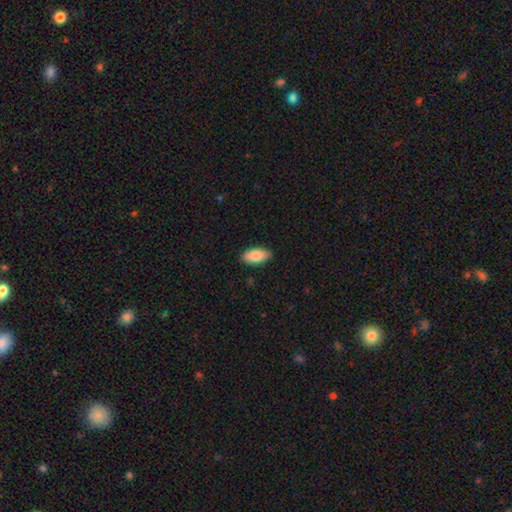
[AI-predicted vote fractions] Overall: smooth (85%). How rounded: in between (92%). Merging: none (88%).